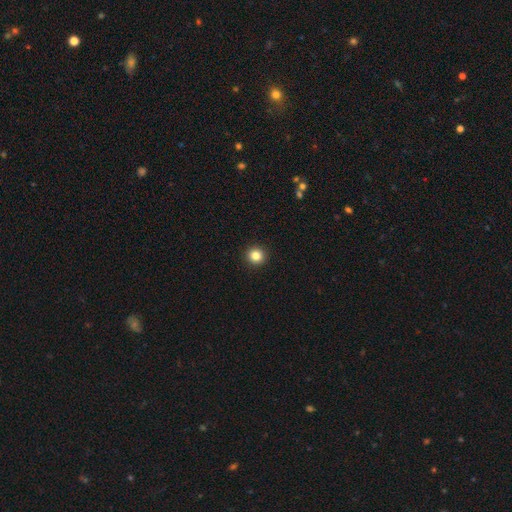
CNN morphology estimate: Smooth or featured? smooth (84%)
How rounded? round (95%)
Merging? none (94%)